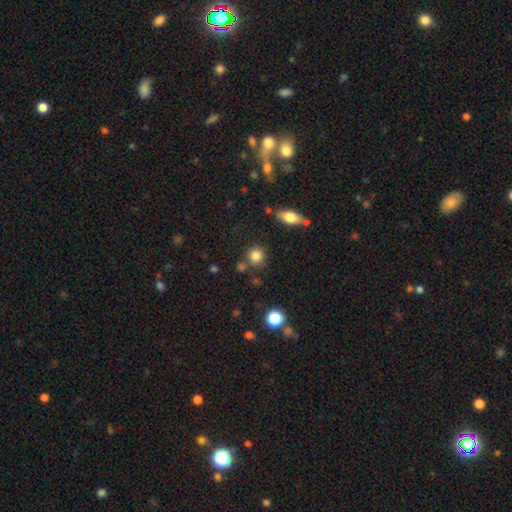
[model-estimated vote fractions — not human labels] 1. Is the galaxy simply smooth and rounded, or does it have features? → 82% smooth, 12% star or artifact, 7% featured or disk.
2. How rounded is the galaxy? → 88% round, 11% in between, 1% cigar-shaped.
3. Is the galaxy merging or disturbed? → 76% none, 10% merger, 10% minor disturbance, 4% major disturbance.